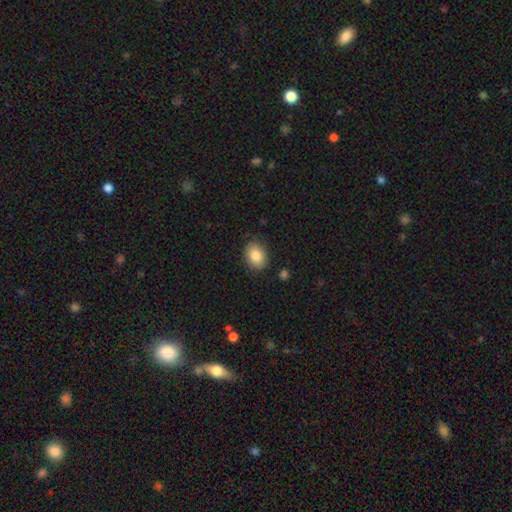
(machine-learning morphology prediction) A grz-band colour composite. It shows a smooth galaxy with no disk features (84%) that is in between round and cigar-shaped (66%). Merging: none (85%).